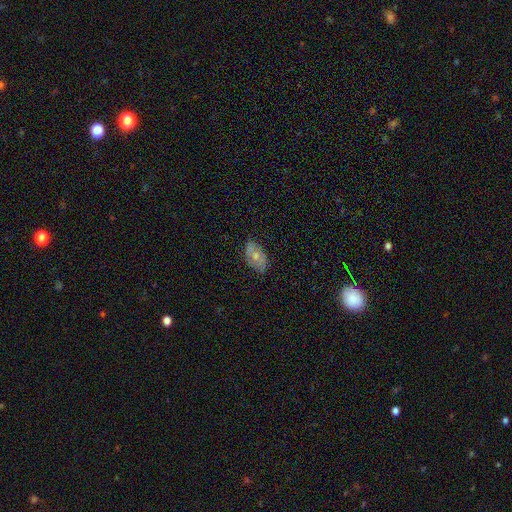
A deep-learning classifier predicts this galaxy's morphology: Smooth or featured? Predicted: smooth (p=0.49). Merging? Predicted: none (p=0.67).